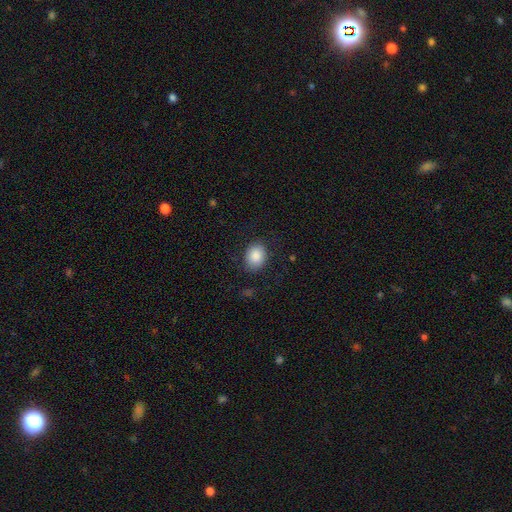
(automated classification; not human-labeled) Smooth or featured?
  - smooth: 88% *
  - star or artifact: 7%
  - featured or disk: 5%
How rounded?
  - in between: 57% *
  - round: 42%
  - cigar-shaped: 1%
Merging?
  - none: 83% *
  - minor disturbance: 12%
  - major disturbance: 4%
  - merger: 1%